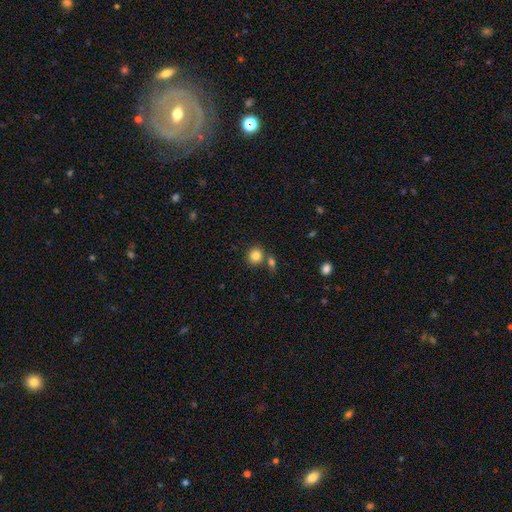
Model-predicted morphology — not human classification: Smooth or featured? Predicted: smooth (p=0.84). How rounded? Predicted: round (p=0.83). Merging? Predicted: none (p=0.69).